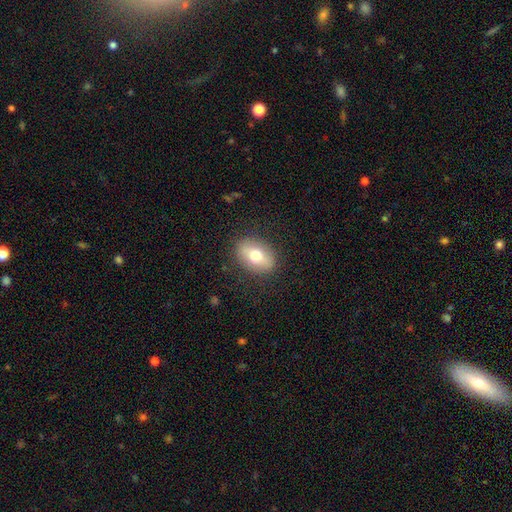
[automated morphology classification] smooth-or-featured: smooth: 66% | featured or disk: 26% | star or artifact: 8%
  how-rounded: in between: 79% | round: 19% | cigar-shaped: 2%
  merging: none: 86% | minor disturbance: 10% | major disturbance: 3% | merger: 1%